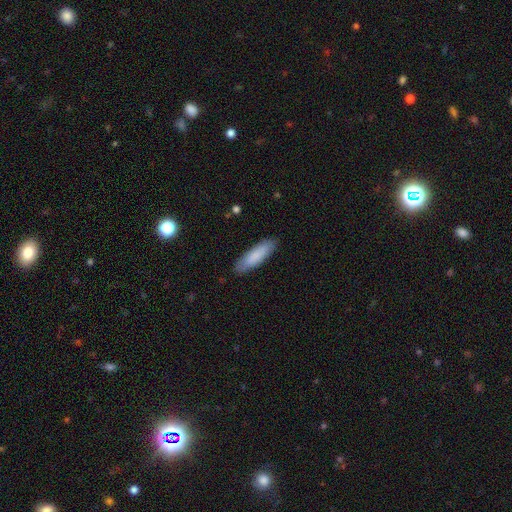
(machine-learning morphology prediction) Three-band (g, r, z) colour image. It shows a smooth galaxy with no disk features (84%) that is cigar-shaped (57%). Merging: none (88%).